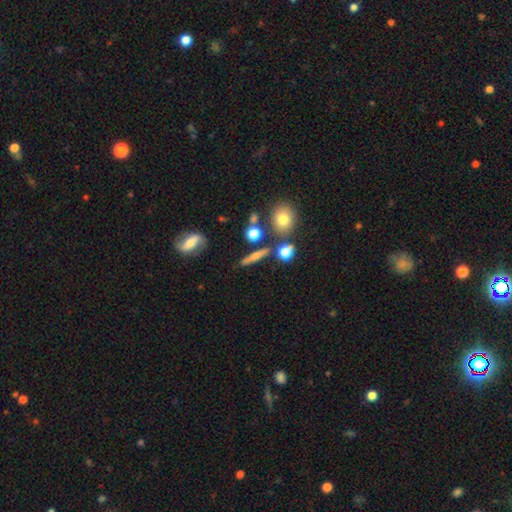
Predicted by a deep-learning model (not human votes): This is marginally a featured or disk galaxy (45%). Merging: likely none (78%).